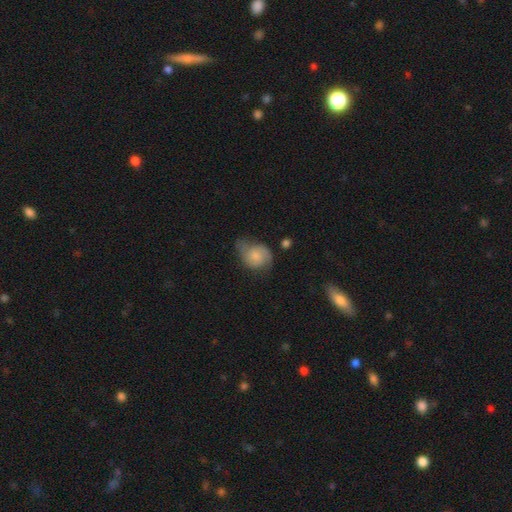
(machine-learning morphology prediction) Overall: smooth (49%; featured or disk 43%). Merging: none (41%; minor disturbance 37%).